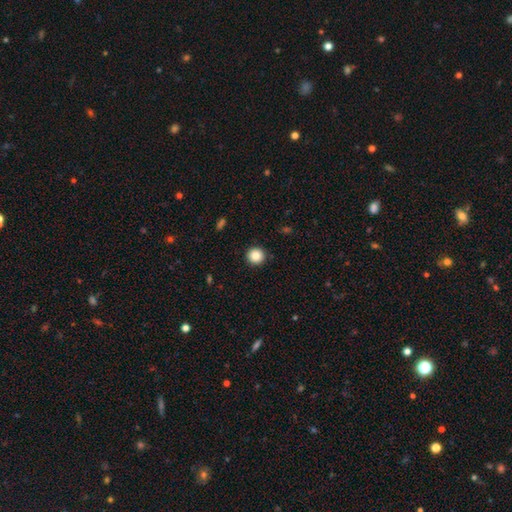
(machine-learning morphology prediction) Smooth or featured? smooth (86%)
How rounded? round (95%)
Merging? none (92%)